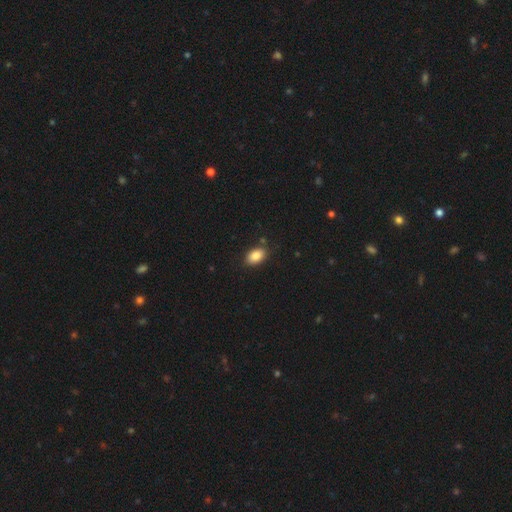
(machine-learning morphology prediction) This appears to be a smooth galaxy with no disk features (87%) that is in between round and cigar-shaped (89%). Merging: none (83%).